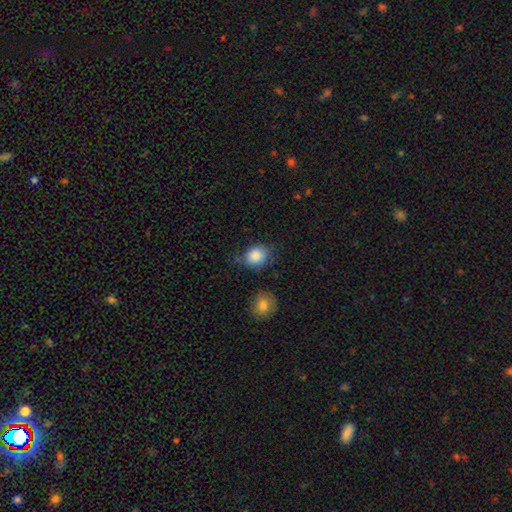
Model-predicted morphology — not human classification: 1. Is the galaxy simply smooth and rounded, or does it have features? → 87% smooth, 8% star or artifact, 5% featured or disk.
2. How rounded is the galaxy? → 64% round, 35% in between, 1% cigar-shaped.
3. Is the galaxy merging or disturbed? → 62% none, 25% minor disturbance, 7% major disturbance, 6% merger.